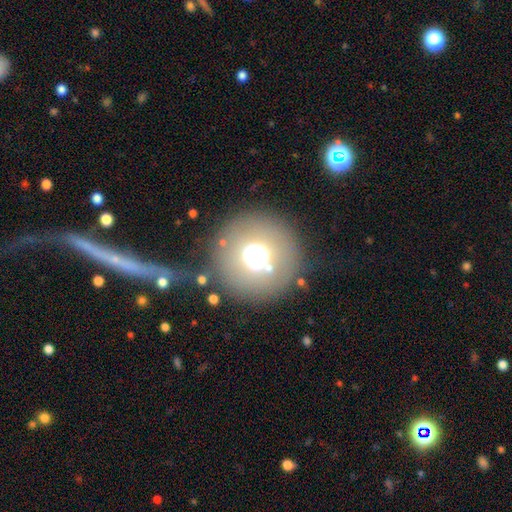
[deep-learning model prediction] Overall: smooth (62%). How rounded: round (96%). Merging: none (76%).